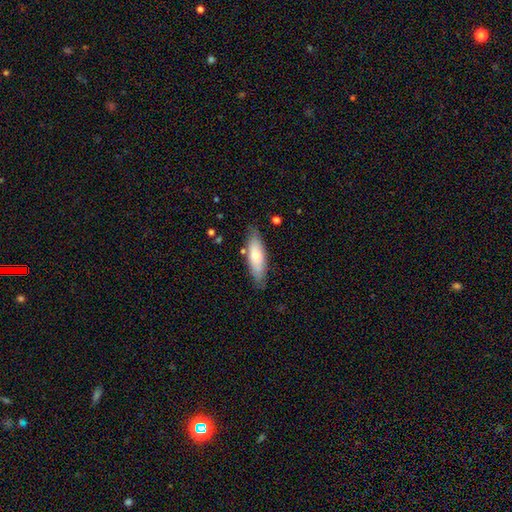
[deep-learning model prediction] Smooth or featured: smooth — 64% (featured or disk — 30%)
How rounded: in between — 56% (cigar-shaped — 42%)
Merging: none — 79% (minor disturbance — 16%)